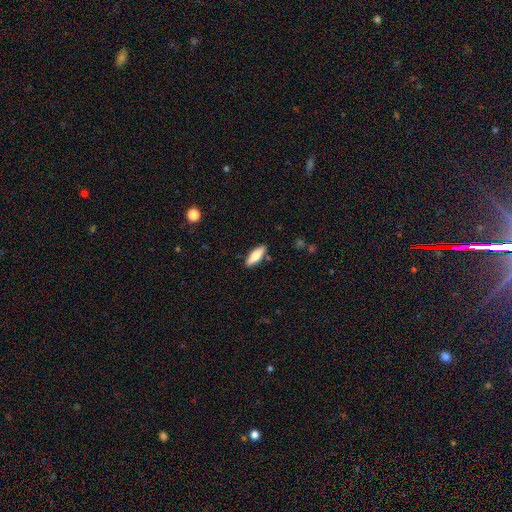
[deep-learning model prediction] Smooth or featured: smooth — 73% (featured or disk — 21%)
How rounded: in between — 59% (cigar-shaped — 39%)
Merging: none — 86% (minor disturbance — 10%)